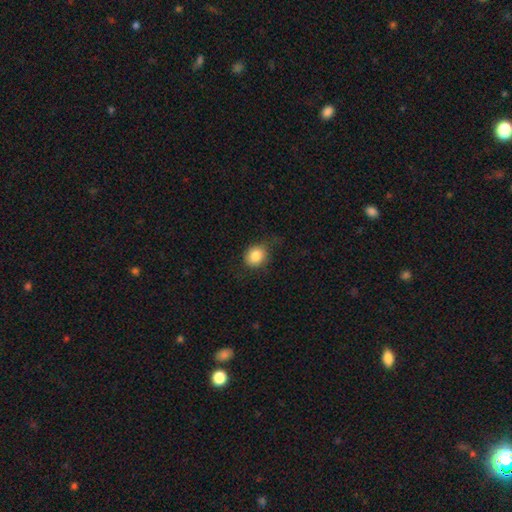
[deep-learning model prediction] Q: Smooth or featured?
A: smooth (83%); runner-up: star or artifact (10%)
Q: How rounded?
A: round (72%); runner-up: in between (27%)
Q: Merging?
A: none (72%); runner-up: minor disturbance (21%)